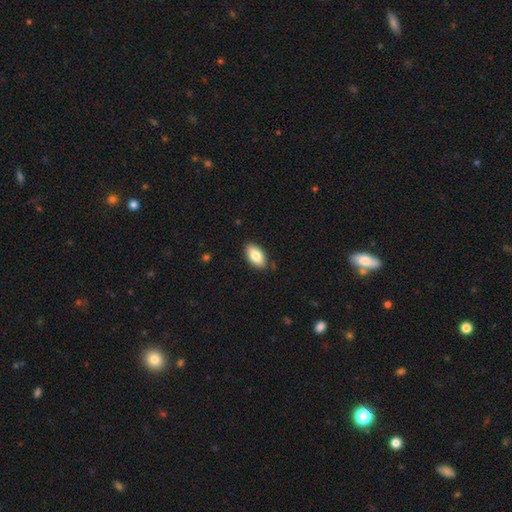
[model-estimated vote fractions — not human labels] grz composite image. It shows a smooth galaxy with no disk features (83%) that is in between round and cigar-shaped (93%). Merging: none (86%).